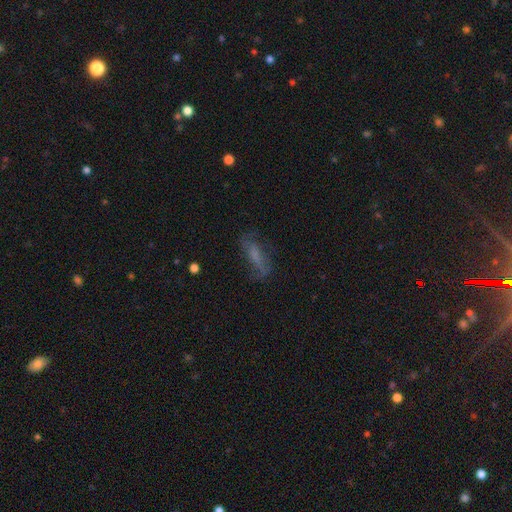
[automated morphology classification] Smooth or featured? smooth (50%)
How rounded? cigar-shaped (51%)
Merging? none (58%)